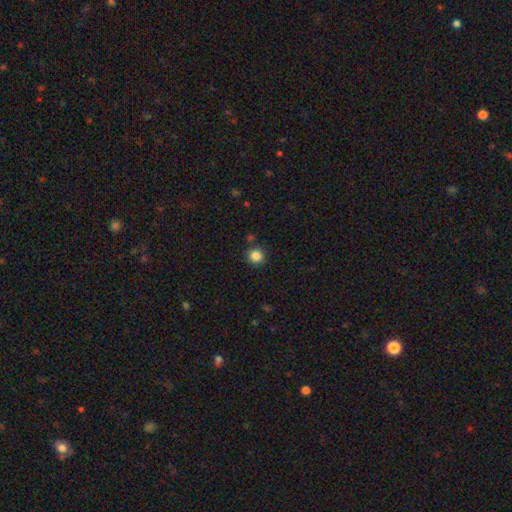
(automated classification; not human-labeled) This is clearly a smooth galaxy (85%). How rounded: clearly round (93%). Merging: clearly none (87%).